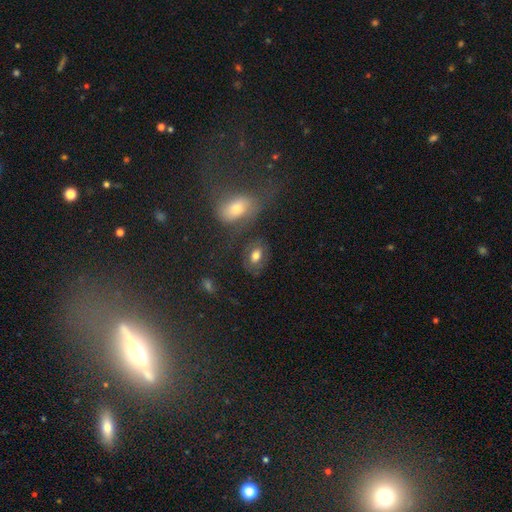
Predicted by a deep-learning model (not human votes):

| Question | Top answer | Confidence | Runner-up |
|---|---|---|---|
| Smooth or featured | smooth | 72% | featured or disk (18%) |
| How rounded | in between | 80% | round (18%) |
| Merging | none | 65% | minor disturbance (16%) |